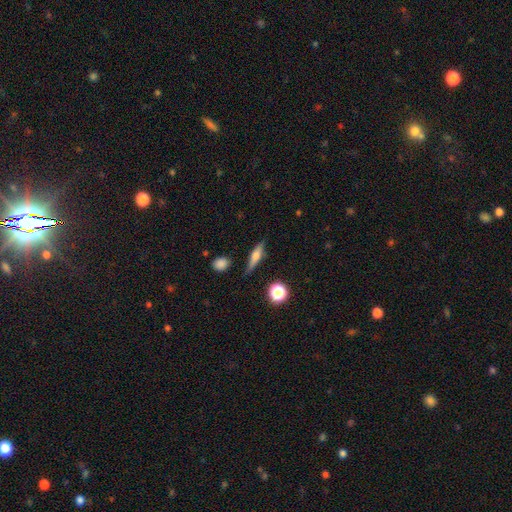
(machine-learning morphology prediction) This appears to be a featured or disk galaxy (48%). Merging: none (80%).